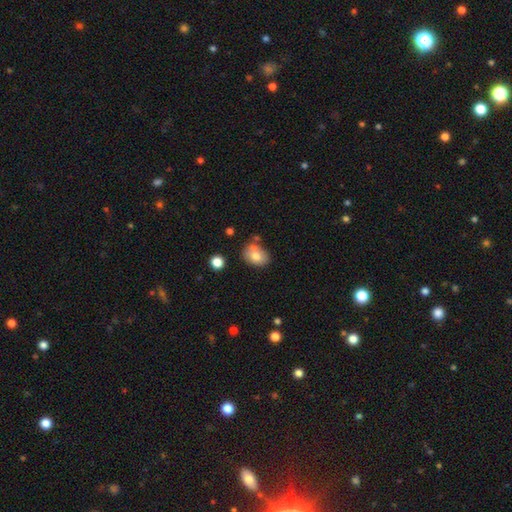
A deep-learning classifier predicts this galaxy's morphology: This is likely a smooth galaxy (77%). How rounded: likely in between (69%). Merging: likely none (64%).